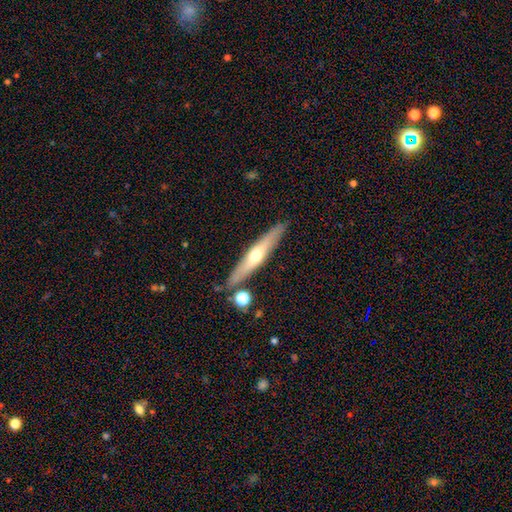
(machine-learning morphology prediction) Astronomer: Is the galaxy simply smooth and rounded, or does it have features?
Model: featured or disk — 57% (runner-up: smooth, 37%).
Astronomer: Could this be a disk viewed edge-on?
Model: yes — 91%.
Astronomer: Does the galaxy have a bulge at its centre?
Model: rounded — 86%.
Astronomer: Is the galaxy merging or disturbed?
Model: none — 85%.